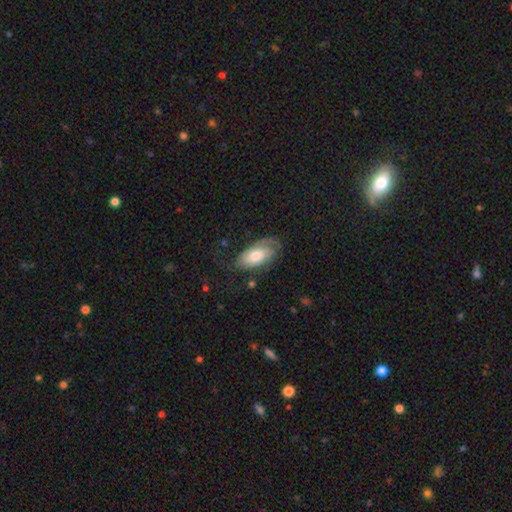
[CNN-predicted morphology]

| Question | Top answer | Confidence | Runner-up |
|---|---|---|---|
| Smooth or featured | smooth | 52% | featured or disk (42%) |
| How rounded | in between | 91% | cigar-shaped (6%) |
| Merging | none | 55% | minor disturbance (26%) |